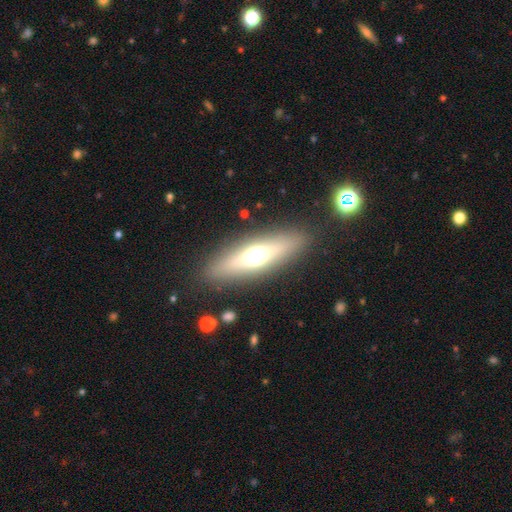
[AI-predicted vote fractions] Smooth or featured? smooth (49%)
Merging? none (87%)